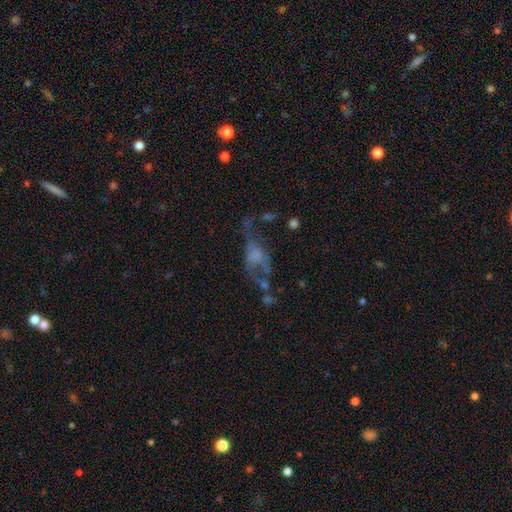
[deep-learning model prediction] A featured or disk galaxy (50%). Merging: major disturbance (45%).